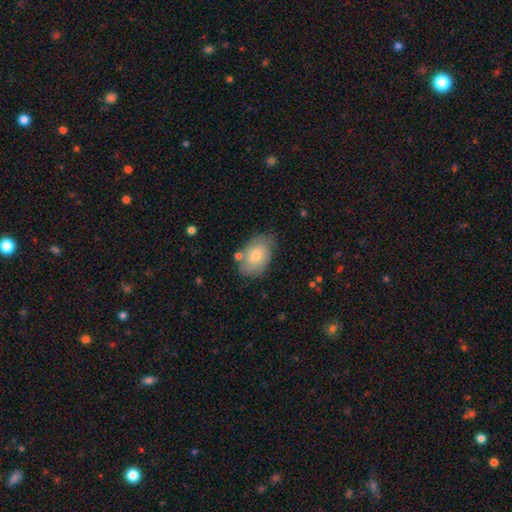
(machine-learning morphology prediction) This appears to be a smooth galaxy with no disk features (72%) that is in between round and cigar-shaped (85%). Merging: none (69%).